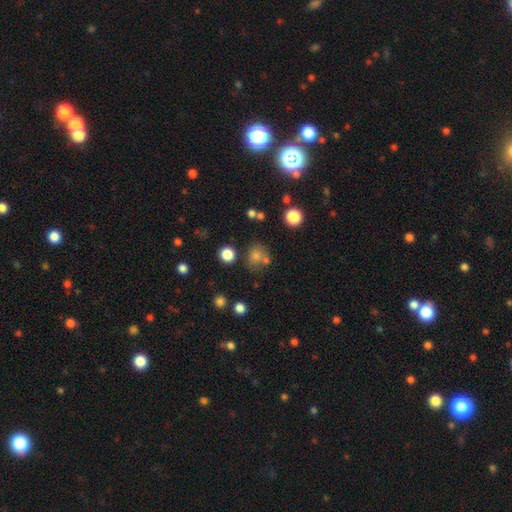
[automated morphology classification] Smooth or featured?
  - smooth: 71% *
  - star or artifact: 20%
  - featured or disk: 9%
How rounded?
  - round: 75% *
  - in between: 24%
  - cigar-shaped: 1%
Merging?
  - none: 63% *
  - merger: 19%
  - minor disturbance: 12%
  - major disturbance: 5%